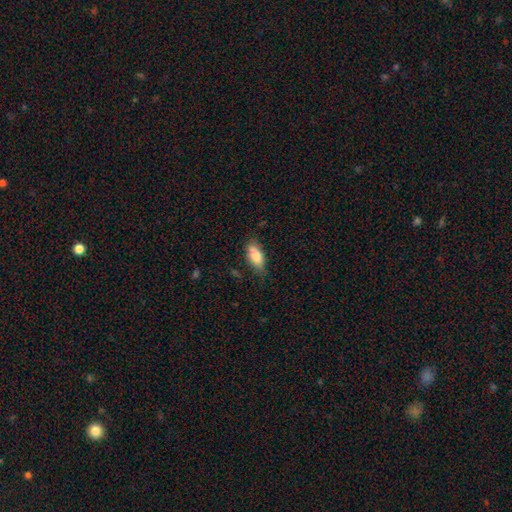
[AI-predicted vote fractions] A smooth galaxy with no disk features (78%) that is in between round and cigar-shaped (84%).

Vote fractions:
- Smooth or featured? smooth: 78% / featured or disk: 15% / star or artifact: 7%
- How rounded? in between: 84% / cigar-shaped: 13% / round: 3%
- Merging? none: 73% / minor disturbance: 21% / major disturbance: 4% / merger: 2%